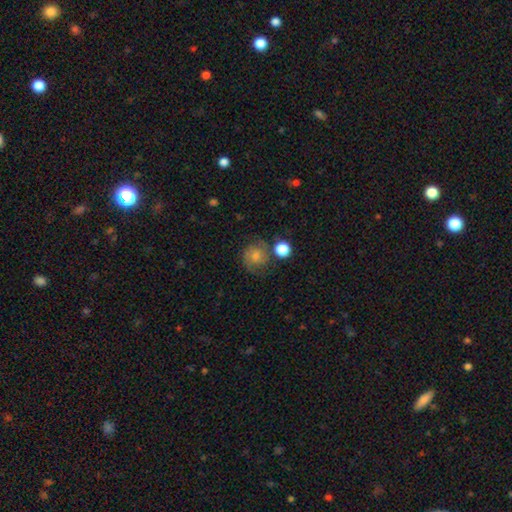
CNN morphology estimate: This is possibly a featured or disk galaxy (50%). Merging: likely none (71%).